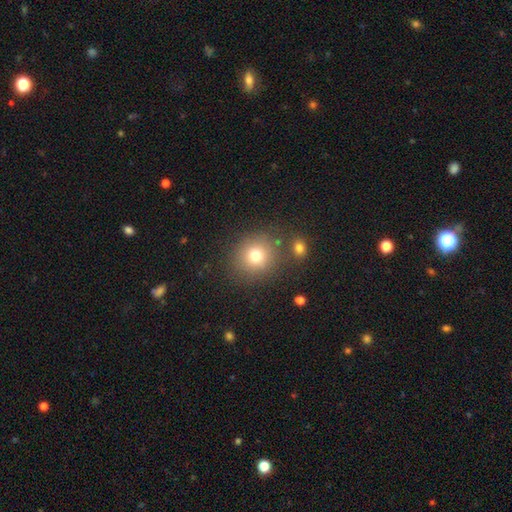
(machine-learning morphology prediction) This appears to be a smooth galaxy with no disk features (75%) that is round (87%). Merging: none (80%).